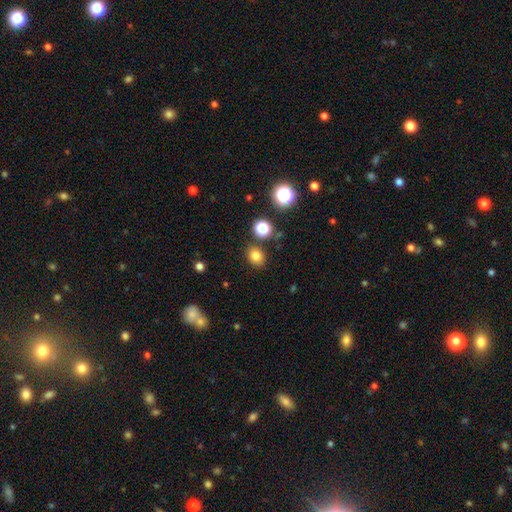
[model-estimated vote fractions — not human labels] smooth-or-featured: smooth: 78% | star or artifact: 15% | featured or disk: 7%
  how-rounded: round: 54% | in between: 45% | cigar-shaped: 1%
  merging: none: 82% | minor disturbance: 9% | merger: 6% | major disturbance: 3%